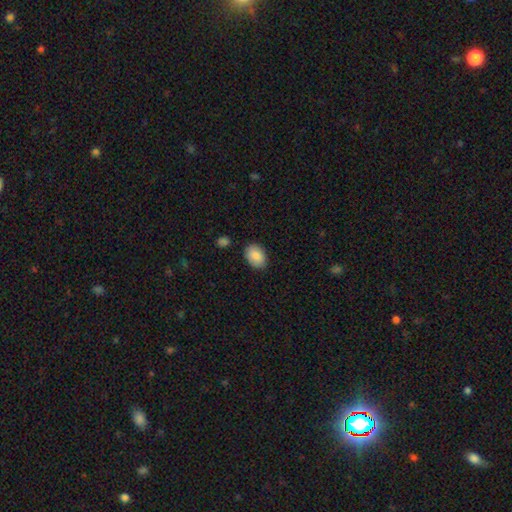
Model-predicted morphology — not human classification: This appears to be a smooth galaxy with no disk features (88%) that is in between round and cigar-shaped (83%). Merging: none (84%).